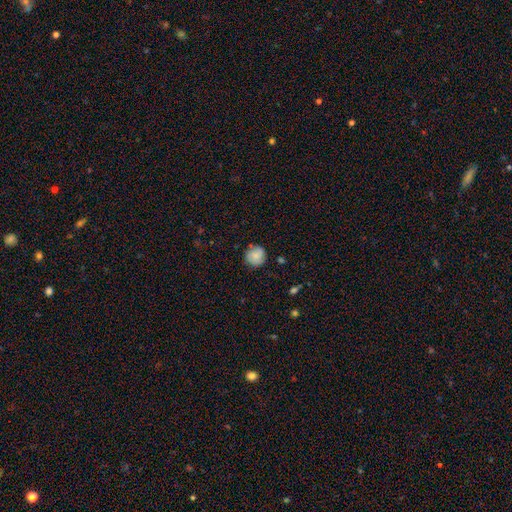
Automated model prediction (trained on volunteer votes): A smooth galaxy with no disk features (75%) that is round (92%).

Vote fractions:
- Smooth or featured? smooth: 75% / featured or disk: 18% / star or artifact: 8%
- How rounded? round: 92% / in between: 7% / cigar-shaped: 1%
- Merging? none: 80% / minor disturbance: 15% / major disturbance: 3% / merger: 2%